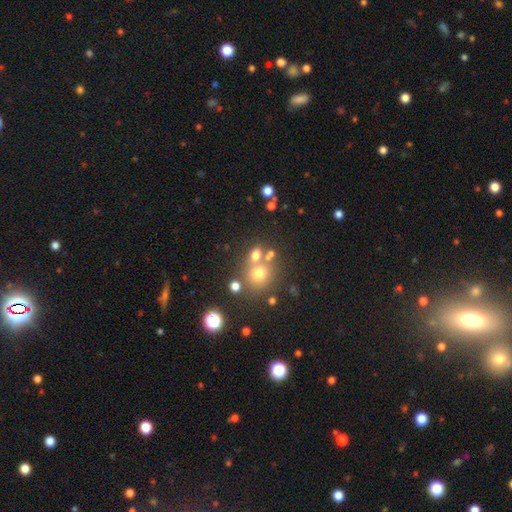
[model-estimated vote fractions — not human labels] Smooth or featured? smooth (64%)
How rounded? round (68%)
Merging? none (53%)